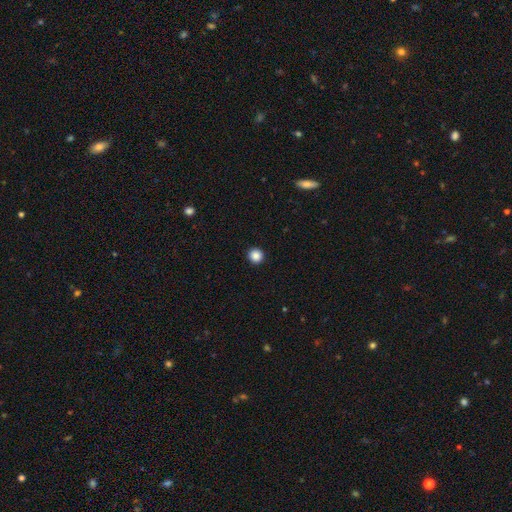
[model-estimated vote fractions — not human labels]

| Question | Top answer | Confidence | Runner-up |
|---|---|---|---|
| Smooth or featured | smooth | 87% | star or artifact (10%) |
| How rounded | round | 94% | in between (5%) |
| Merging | none | 94% | minor disturbance (4%) |